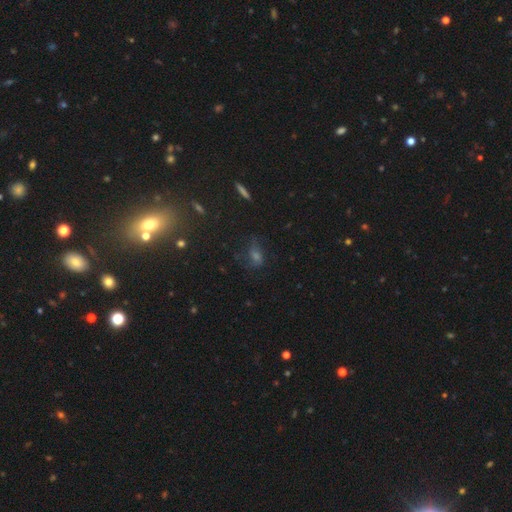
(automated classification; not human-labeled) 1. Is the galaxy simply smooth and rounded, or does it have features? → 38% smooth, 37% star or artifact, 25% featured or disk.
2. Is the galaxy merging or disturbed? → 61% none, 20% minor disturbance, 14% major disturbance, 4% merger.